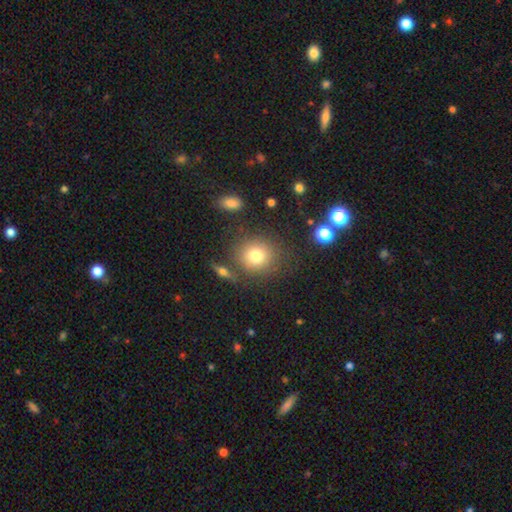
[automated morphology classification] Overall: smooth (77%). How rounded: round (84%). Merging: none (79%).